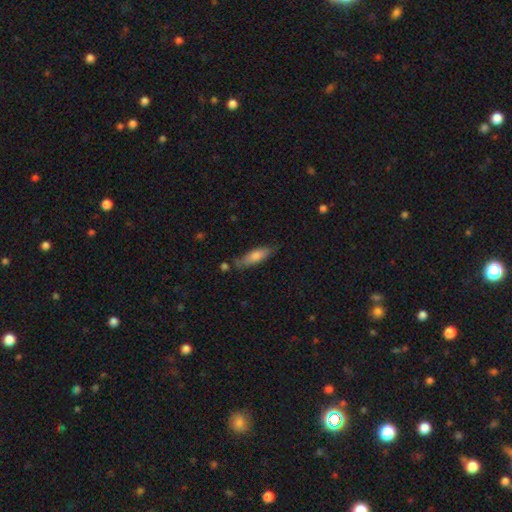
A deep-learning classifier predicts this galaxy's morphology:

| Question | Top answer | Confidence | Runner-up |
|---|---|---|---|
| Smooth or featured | smooth | 75% | featured or disk (19%) |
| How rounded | cigar-shaped | 57% | in between (41%) |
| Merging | none | 72% | minor disturbance (19%) |